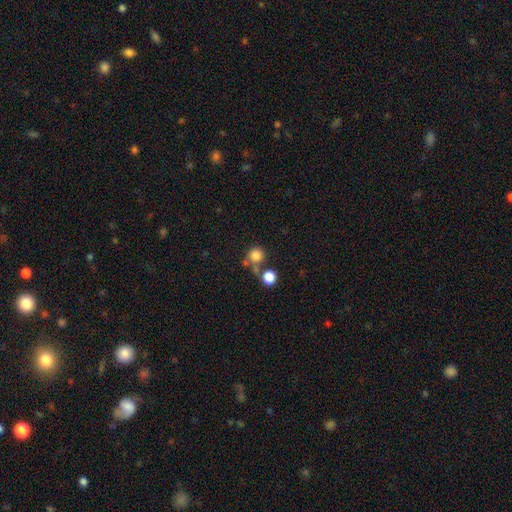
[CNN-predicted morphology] This is clearly a smooth galaxy (81%). How rounded: clearly round (92%). Merging: likely none (63%).